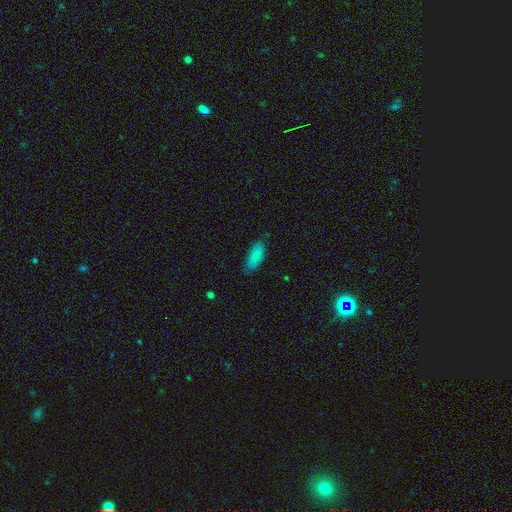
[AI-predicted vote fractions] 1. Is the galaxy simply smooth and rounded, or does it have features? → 87% smooth, 7% star or artifact, 6% featured or disk.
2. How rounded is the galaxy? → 82% in between, 16% cigar-shaped, 2% round.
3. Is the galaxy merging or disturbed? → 76% none, 19% minor disturbance, 4% major disturbance, 1% merger.